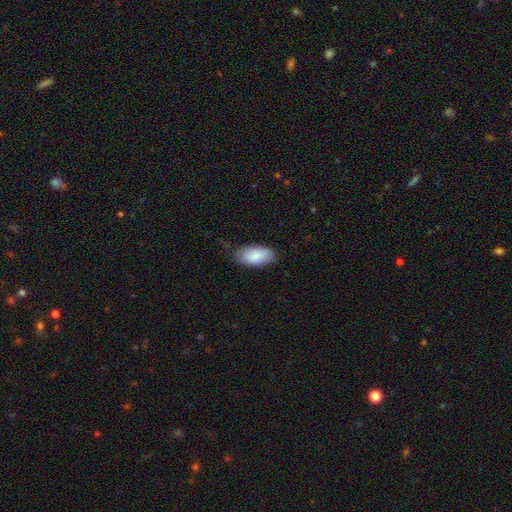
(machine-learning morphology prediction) A smooth galaxy with no disk features (87%) that is in between round and cigar-shaped (94%).

Vote fractions:
- Smooth or featured? smooth: 87% / featured or disk: 8% / star or artifact: 6%
- How rounded? in between: 94% / cigar-shaped: 4% / round: 2%
- Merging? none: 79% / minor disturbance: 17% / major disturbance: 3% / merger: 1%